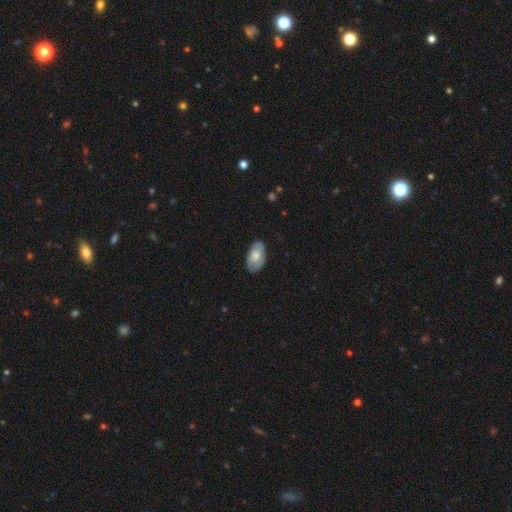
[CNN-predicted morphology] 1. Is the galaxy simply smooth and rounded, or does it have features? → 50% smooth, 43% featured or disk, 6% star or artifact.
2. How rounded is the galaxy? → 93% in between, 6% round, 2% cigar-shaped.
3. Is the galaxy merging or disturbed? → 77% none, 18% minor disturbance, 4% major disturbance, 1% merger.